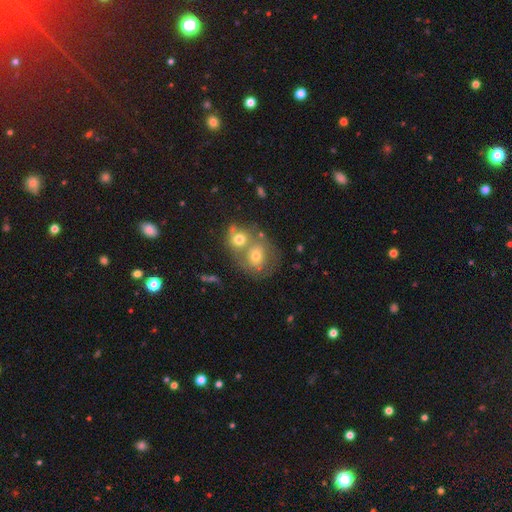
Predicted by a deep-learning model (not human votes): smooth_or_featured: smooth (p=0.52) [alt: featured or disk p=0.34]
how_rounded: round (p=0.72) [alt: in between p=0.27]
merging: merger (p=0.56) [alt: none p=0.30]